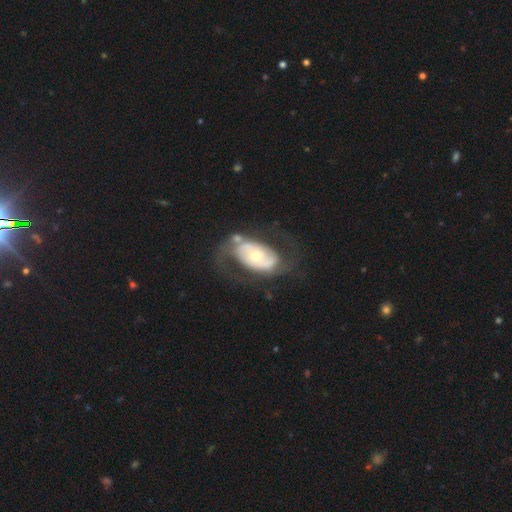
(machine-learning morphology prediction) Overall: featured or disk (74%). Edge-on disk: no (94%). Bar: no (66%). Spiral arms: yes (71%). Bulge size: moderate (58%; small 33%). Merging: none (56%; major disturbance 20%).